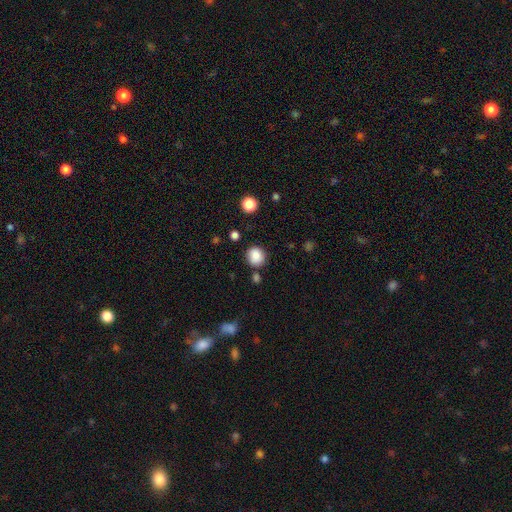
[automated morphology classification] Smooth or featured: smooth — 86% (star or artifact — 10%)
How rounded: round — 84% (in between — 15%)
Merging: none — 81% (minor disturbance — 11%)